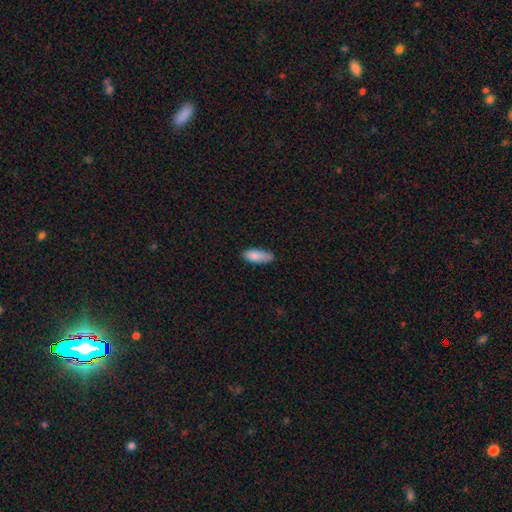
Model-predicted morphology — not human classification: smooth-or-featured: smooth: 85% | featured or disk: 8% | star or artifact: 7%
  how-rounded: in between: 76% | cigar-shaped: 22% | round: 2%
  merging: none: 62% | minor disturbance: 30% | major disturbance: 6% | merger: 2%